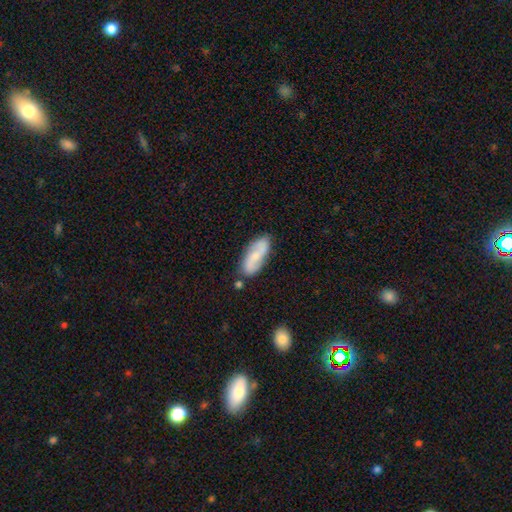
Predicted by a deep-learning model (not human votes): A featured or disk galaxy (51%).

Vote fractions:
- Smooth or featured? featured or disk: 51% / smooth: 42% / star or artifact: 7%
- Edge-on disk? no: 91% / yes: 9%
- Merging? none: 79% / minor disturbance: 14% / merger: 4% / major disturbance: 3%